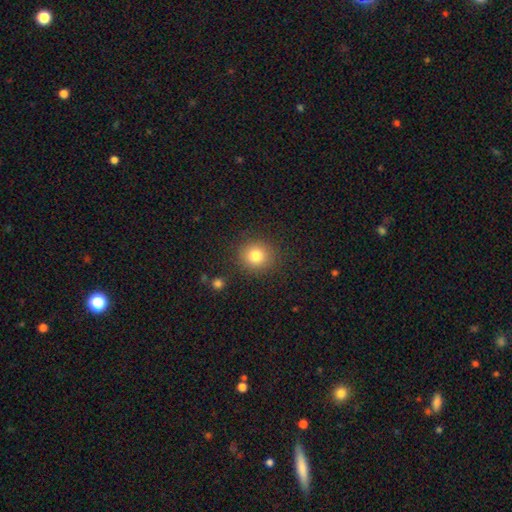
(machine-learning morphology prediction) Overall: smooth (81%). How rounded: round (90%). Merging: none (88%).